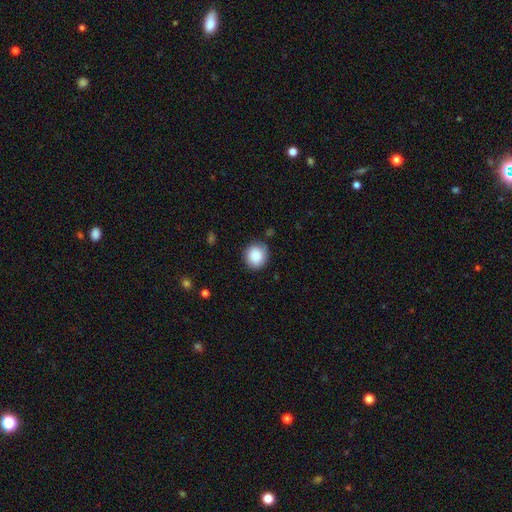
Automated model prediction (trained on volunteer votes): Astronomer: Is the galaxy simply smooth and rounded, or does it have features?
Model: smooth — 88%.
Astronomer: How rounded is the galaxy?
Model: round — 85%.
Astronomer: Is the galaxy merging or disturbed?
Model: none — 82%.